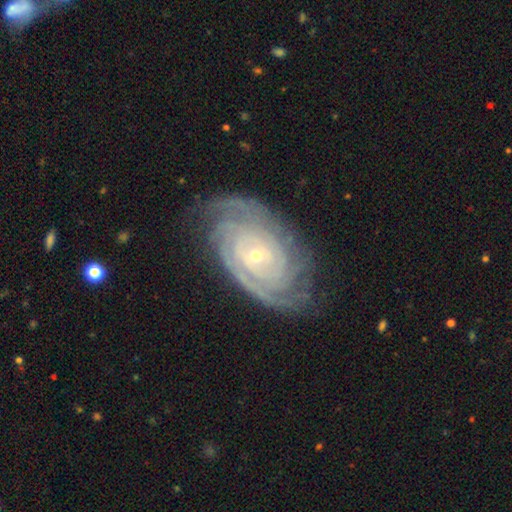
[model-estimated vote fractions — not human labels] Overall: featured or disk (90%). Edge-on disk: no (96%). Bar: no (70%). Spiral arms: yes (98%). Spiral arm count: can't tell (23%; 3 20%). Spiral winding: tight (84%). Bulge size: small (75%). Merging: none (78%).